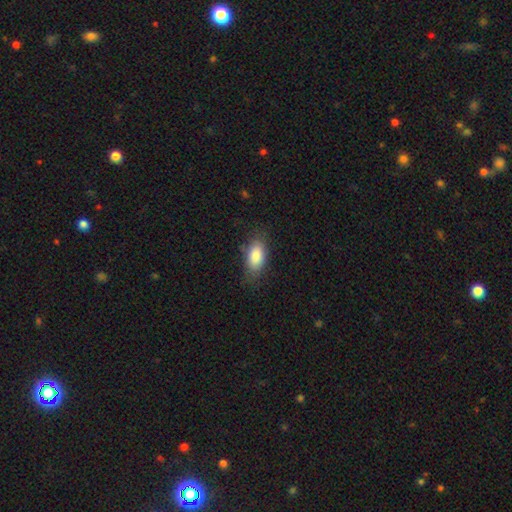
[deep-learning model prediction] Overall: smooth (85%). How rounded: in between (90%). Merging: none (75%).